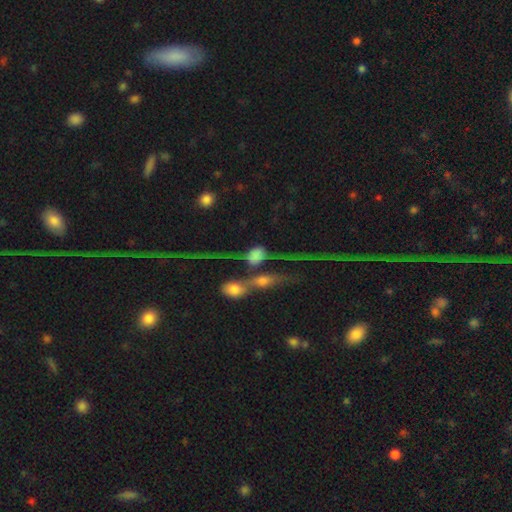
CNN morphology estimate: type=smooth (50%); merging=merger (44%).